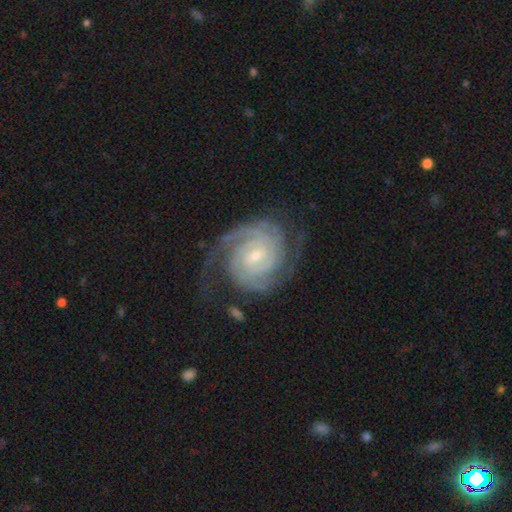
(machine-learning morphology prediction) Overall: featured or disk (92%). Edge-on disk: no (98%). Bar: weak (44%; no 41%). Spiral arms: yes (99%). Spiral arm count: 2 (45%; 3 20%). Spiral winding: tight (79%). Bulge size: small (68%; moderate 29%). Merging: none (73%).